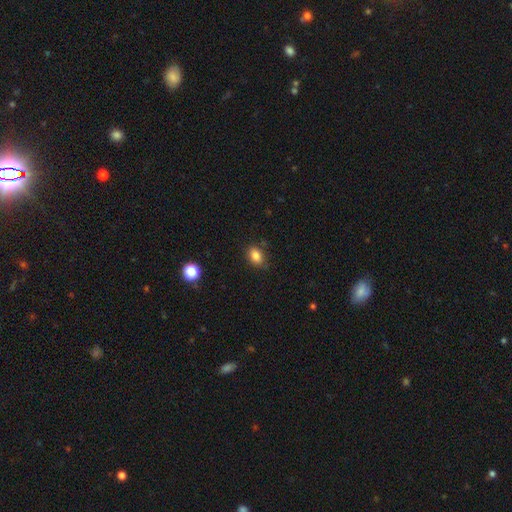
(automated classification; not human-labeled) Smooth or featured?
  - smooth: 84% *
  - star or artifact: 10%
  - featured or disk: 6%
How rounded?
  - in between: 75% *
  - round: 24%
  - cigar-shaped: 1%
Merging?
  - none: 79% *
  - minor disturbance: 15%
  - major disturbance: 3%
  - merger: 2%